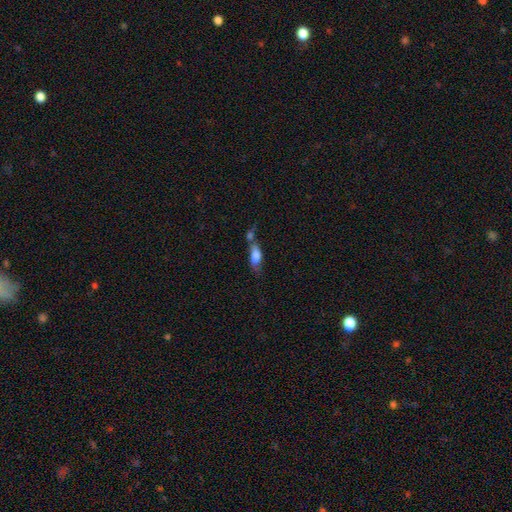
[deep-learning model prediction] A smooth galaxy with no disk features (70%) that is in between round and cigar-shaped (71%).

Vote fractions:
- Smooth or featured? smooth: 70% / featured or disk: 22% / star or artifact: 9%
- How rounded? in between: 71% / cigar-shaped: 25% / round: 4%
- Merging? merger: 46% / none: 26% / minor disturbance: 16% / major disturbance: 11%